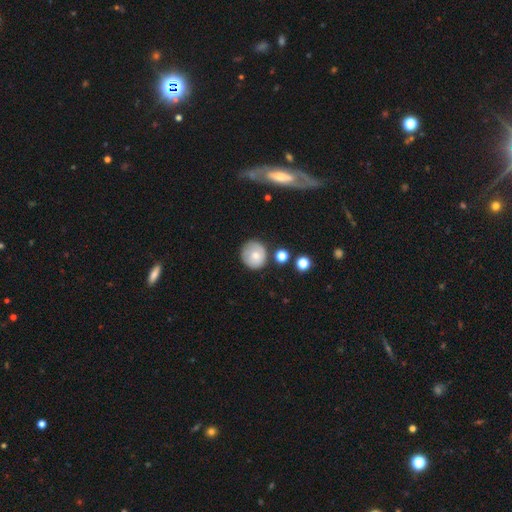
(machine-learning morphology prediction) smooth 70%, featured or disk 21%, star or artifact 9%. Down the decision tree: how rounded — round (89%); merging — none (77%).